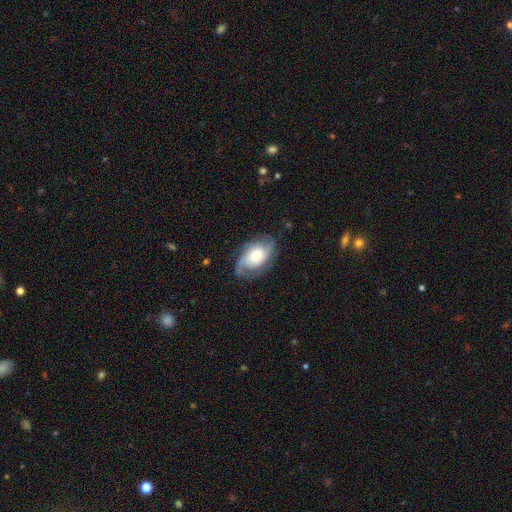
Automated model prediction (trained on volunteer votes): Smooth or featured?
  - featured or disk: 74% *
  - smooth: 20%
  - star or artifact: 6%
Edge-on disk?
  - no: 96% *
  - yes: 4%
Bar?
  - no: 74% *
  - weak: 21%
  - strong: 5%
Spiral arms?
  - yes: 93% *
  - no: 7%
Spiral winding?
  - medium: 44% *
  - tight: 32%
  - loose: 24%
Spiral arm count?
  - 2: 64% *
  - can't tell: 14%
  - 3: 12%
  - 1: 5%
  - 4: 3%
  - more than 4: 3%
Bulge size?
  - moderate: 48% *
  - small: 25%
  - large: 21%
  - dominant: 4%
  - none: 2%
Merging?
  - none: 72% *
  - minor disturbance: 18%
  - major disturbance: 9%
  - merger: 1%